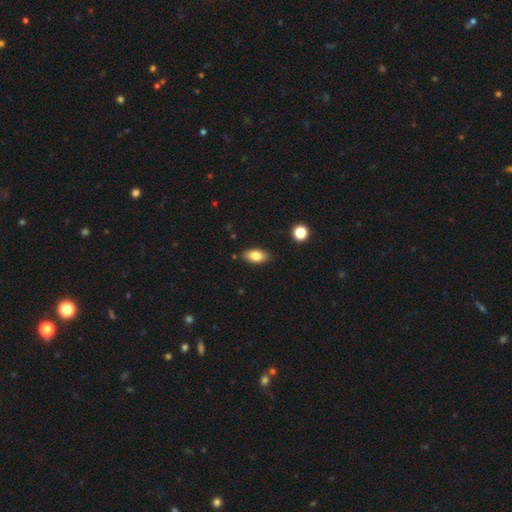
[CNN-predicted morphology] The model was most divided on "smooth or featured": smooth: 81%, featured or disk: 11%, star or artifact: 8%. More confident: how rounded — in between (89%); merging — none (84%).